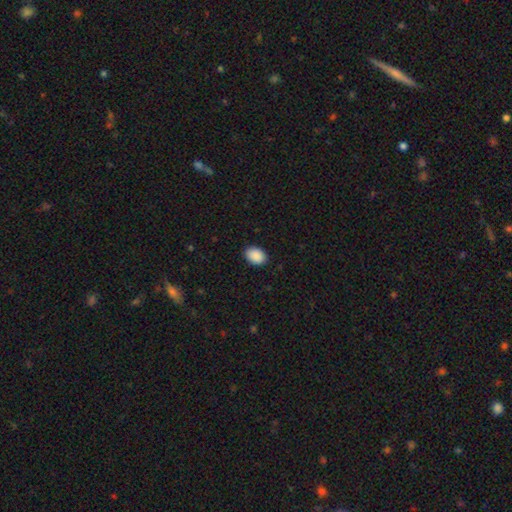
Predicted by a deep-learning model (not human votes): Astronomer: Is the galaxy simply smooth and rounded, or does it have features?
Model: smooth — 91%.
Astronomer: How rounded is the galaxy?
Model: in between — 80%.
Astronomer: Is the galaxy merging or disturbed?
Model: none — 89%.